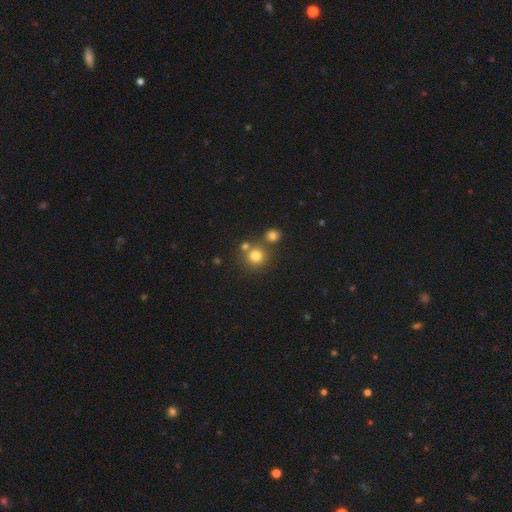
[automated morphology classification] smooth-or-featured: smooth: 77% | star or artifact: 15% | featured or disk: 8%
  how-rounded: round: 91% | in between: 8% | cigar-shaped: 1%
  merging: none: 70% | merger: 19% | minor disturbance: 8% | major disturbance: 3%